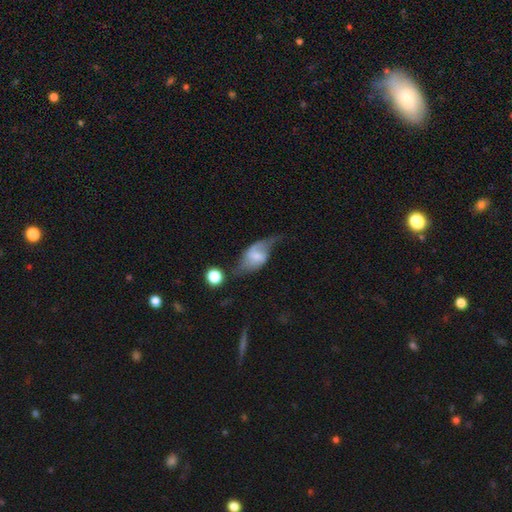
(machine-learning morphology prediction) Smooth or featured? featured or disk (60%)
Edge-on disk? no (90%)
Bar? weak (46%)
Spiral arms? yes (80%)
Bulge size? small (41%)
Merging? none (42%)